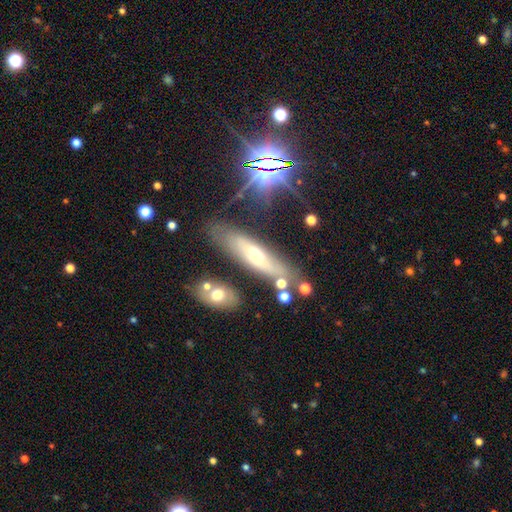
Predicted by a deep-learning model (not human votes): The model was most divided on "smooth or featured": featured or disk: 47%, smooth: 35%, star or artifact: 18%. More confident: merging — none (74%).